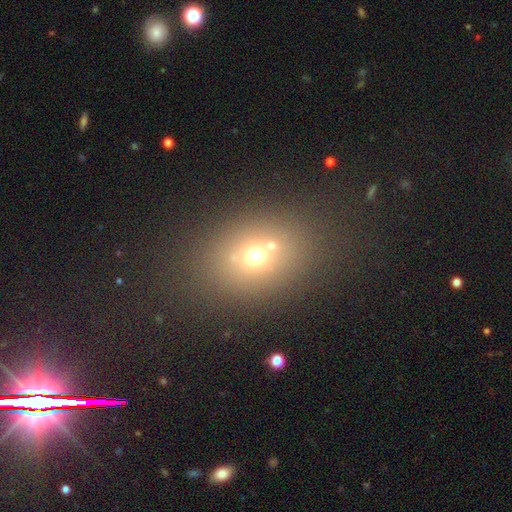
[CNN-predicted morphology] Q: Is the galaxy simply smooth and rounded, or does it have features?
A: smooth — 63%.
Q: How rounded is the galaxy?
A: in between — 54%.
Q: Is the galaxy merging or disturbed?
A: none — 67%.